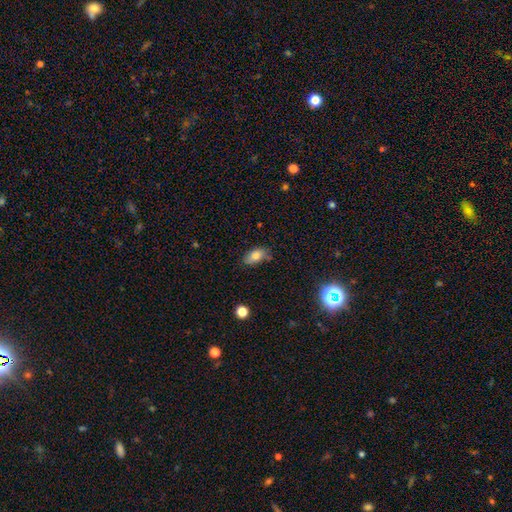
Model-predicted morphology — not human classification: smooth_or_featured: smooth (p=0.79) [alt: featured or disk p=0.12]
how_rounded: in between (p=0.90) [alt: round p=0.06]
merging: none (p=0.70) [alt: minor disturbance p=0.23]